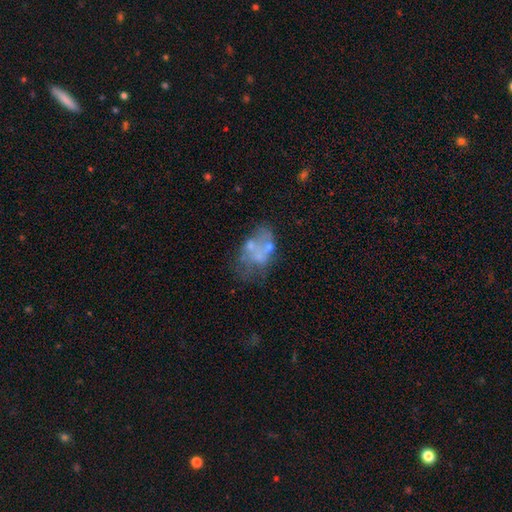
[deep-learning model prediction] The model was most divided on "merging": none: 32%, merger: 24%, major disturbance: 23%, minor disturbance: 20%. More confident: edge-on disk — no (98%); spiral arms — no (94%); bar — no (93%); bulge size — none (65%); smooth or featured — featured or disk (52%).